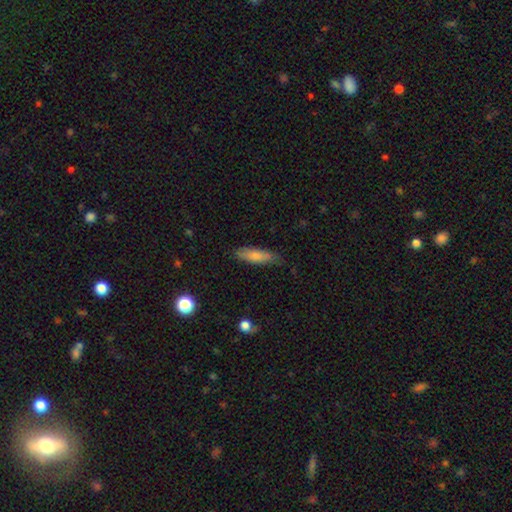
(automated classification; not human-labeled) smooth-or-featured: smooth: 79% | featured or disk: 14% | star or artifact: 6%
  how-rounded: cigar-shaped: 59% | in between: 40% | round: 2%
  merging: none: 76% | minor disturbance: 19% | major disturbance: 4% | merger: 1%